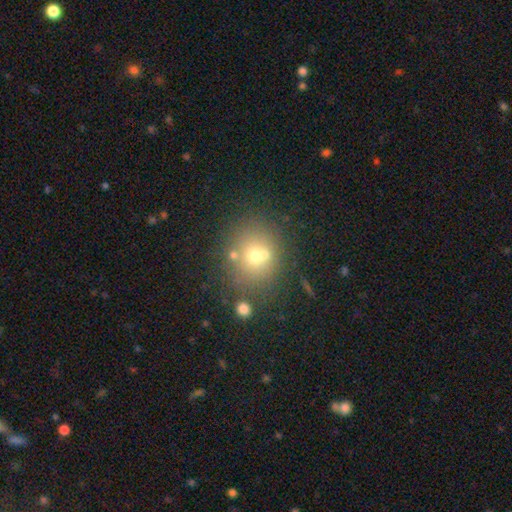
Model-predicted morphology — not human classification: A smooth galaxy with no disk features (59%) that is round (75%). Merging: none (58%).